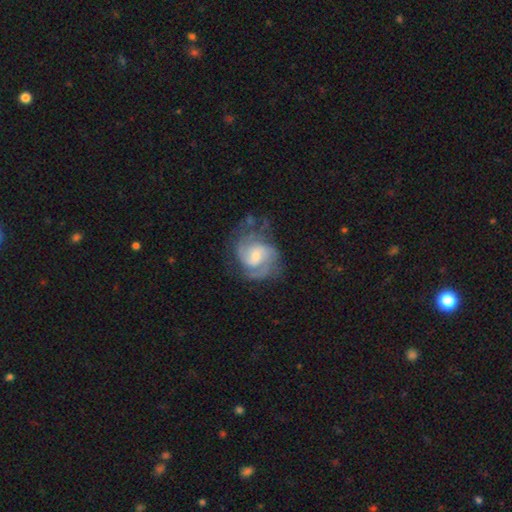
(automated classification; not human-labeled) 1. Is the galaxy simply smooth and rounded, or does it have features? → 82% featured or disk, 13% smooth, 6% star or artifact.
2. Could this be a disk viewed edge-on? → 98% no, 2% yes.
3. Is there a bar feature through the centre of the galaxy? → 48% weak, 43% no, 9% strong.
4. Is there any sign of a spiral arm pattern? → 94% yes, 6% no.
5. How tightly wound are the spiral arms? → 47% medium, 37% tight, 16% loose.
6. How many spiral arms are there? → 52% 2, 18% 3, 18% can't tell, 5% 1, 3% 4, 3% more than 4.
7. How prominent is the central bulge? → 45% small (tied), 45% moderate (tied), 5% large, 4% none, 1% dominant.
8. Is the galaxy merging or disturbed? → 56% none, 23% minor disturbance, 19% major disturbance, 3% merger.